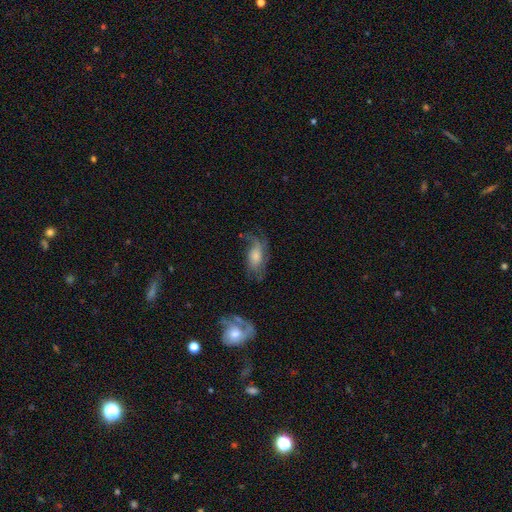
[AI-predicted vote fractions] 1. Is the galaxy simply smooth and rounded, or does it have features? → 55% featured or disk, 37% smooth, 8% star or artifact.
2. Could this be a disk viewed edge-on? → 90% no, 10% yes.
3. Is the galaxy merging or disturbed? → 46% none, 26% major disturbance, 24% minor disturbance, 3% merger.